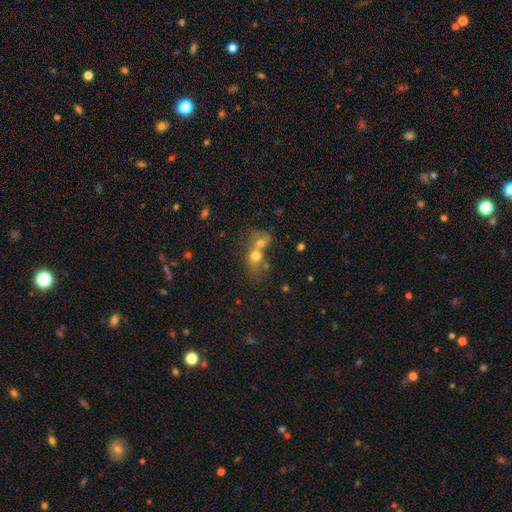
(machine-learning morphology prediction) This appears to be a smooth galaxy with no disk features (63%) that is round (51%). Merging: merger (73%).